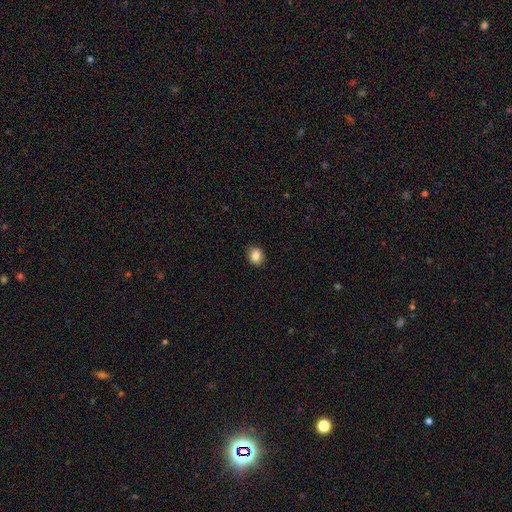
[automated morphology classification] The model was most divided on "how rounded": round: 68%, in between: 31%, cigar-shaped: 1%. More confident: merging — none (88%); smooth or featured — smooth (85%).